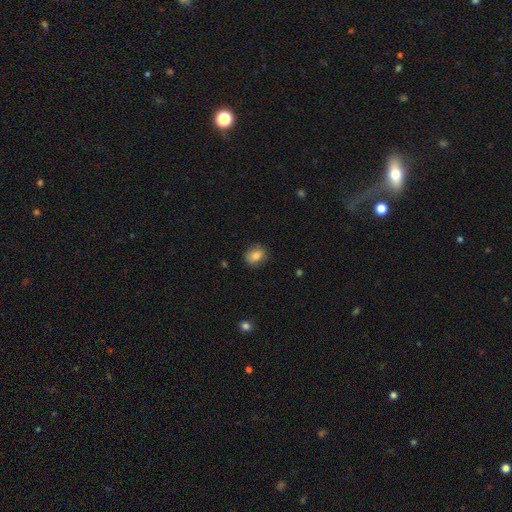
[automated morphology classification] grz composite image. It shows a smooth galaxy with no disk features (81%) that is in between round and cigar-shaped (51%). Merging: none (81%).